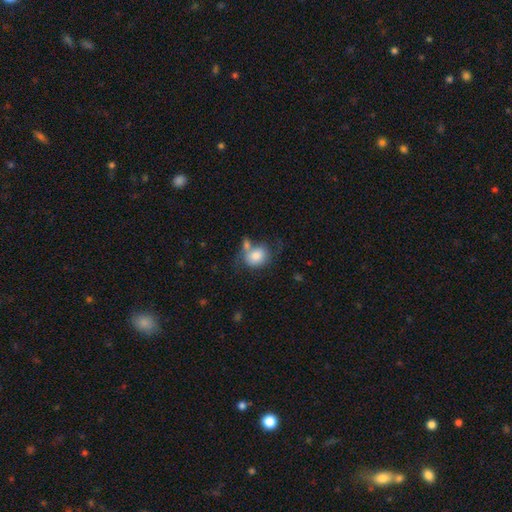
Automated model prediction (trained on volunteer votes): Q: Smooth or featured?
A: smooth (78%); runner-up: featured or disk (15%)
Q: How rounded?
A: in between (50%); runner-up: round (49%)
Q: Merging?
A: none (37%); runner-up: merger (30%)